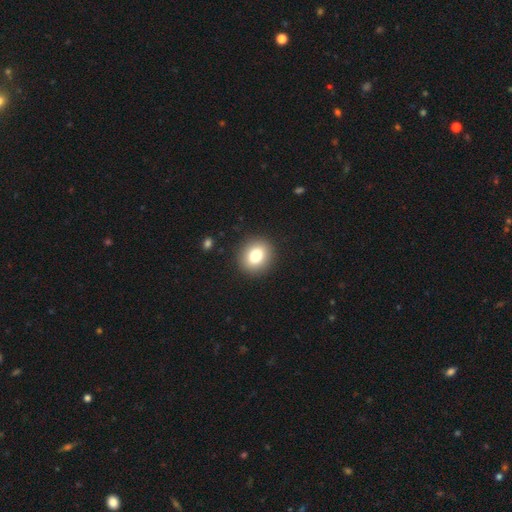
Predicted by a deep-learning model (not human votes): This is likely a smooth galaxy (79%). How rounded: likely round (72%). Merging: clearly none (91%).